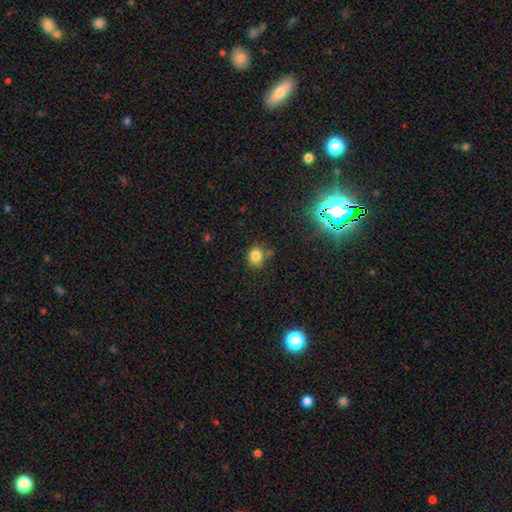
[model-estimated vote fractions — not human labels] Smooth or featured? Predicted: smooth (p=0.79). How rounded? Predicted: round (p=0.72). Merging? Predicted: none (p=0.73).